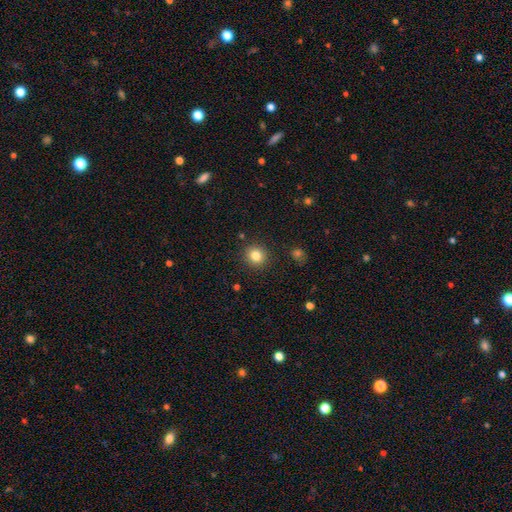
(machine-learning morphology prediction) Q: Smooth or featured?
A: smooth (82%); runner-up: star or artifact (12%)
Q: How rounded?
A: round (90%); runner-up: in between (9%)
Q: Merging?
A: none (90%); runner-up: minor disturbance (6%)